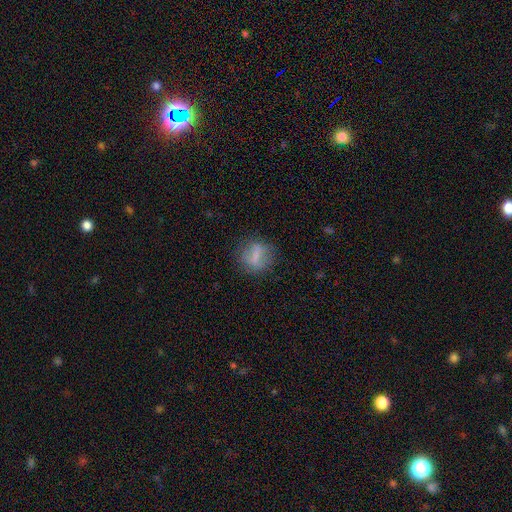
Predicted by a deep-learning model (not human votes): Smooth or featured? Predicted: smooth (p=0.58). How rounded? Predicted: round (p=0.66). Merging? Predicted: none (p=0.77).